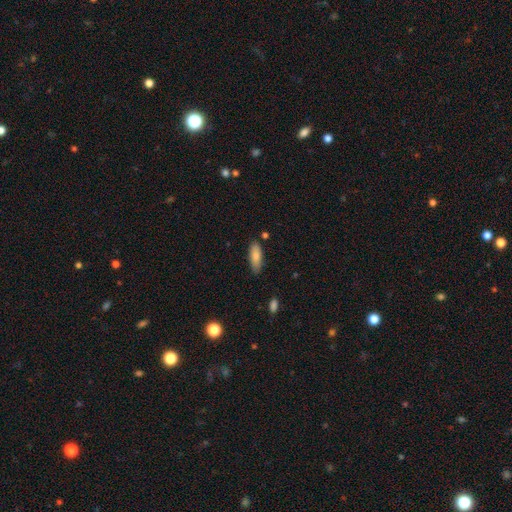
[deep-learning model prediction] Smooth or featured?
  - smooth: 83% *
  - featured or disk: 11%
  - star or artifact: 6%
How rounded?
  - in between: 65% *
  - cigar-shaped: 33%
  - round: 2%
Merging?
  - none: 77% *
  - minor disturbance: 17%
  - major disturbance: 3%
  - merger: 3%